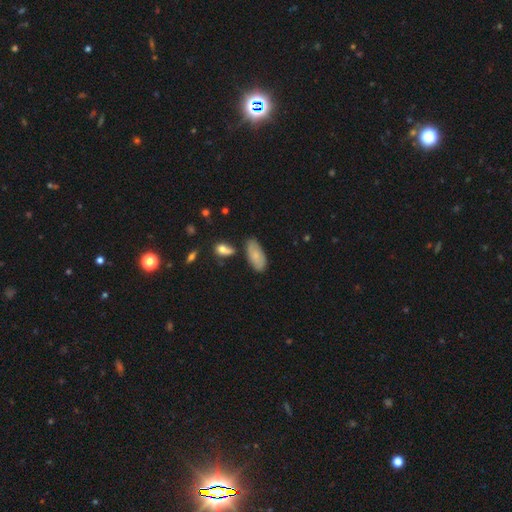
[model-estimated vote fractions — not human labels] A smooth galaxy with no disk features (75%) that is in between round and cigar-shaped (90%).

Vote fractions:
- Smooth or featured? smooth: 75% / featured or disk: 18% / star or artifact: 7%
- How rounded? in between: 90% / cigar-shaped: 7% / round: 3%
- Merging? none: 70% / minor disturbance: 20% / merger: 6% / major disturbance: 4%